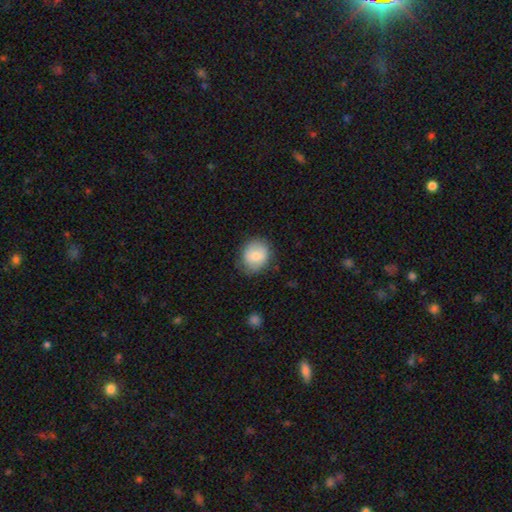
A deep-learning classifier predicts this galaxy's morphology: This appears to be a smooth galaxy with no disk features (76%) that is round (69%). Merging: none (78%).